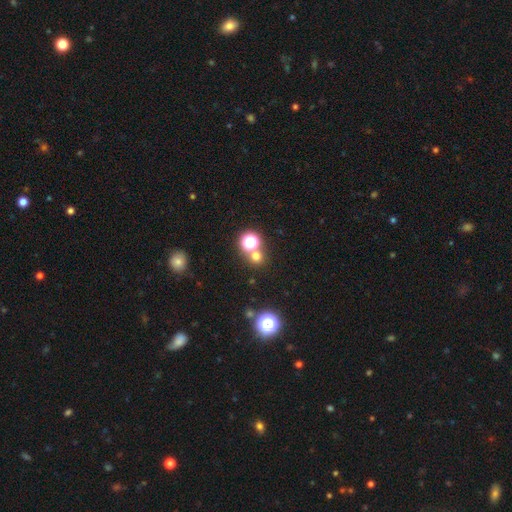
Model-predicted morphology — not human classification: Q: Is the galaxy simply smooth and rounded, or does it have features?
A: smooth — 63%.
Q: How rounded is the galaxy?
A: round — 89%.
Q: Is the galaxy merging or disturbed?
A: none — 68%.